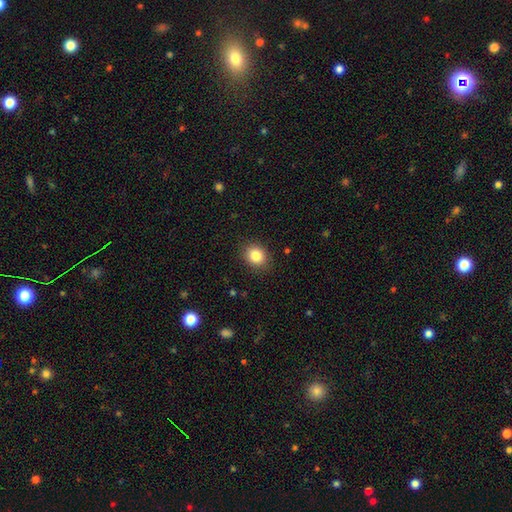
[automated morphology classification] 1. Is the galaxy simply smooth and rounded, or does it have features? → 84% smooth, 10% star or artifact, 6% featured or disk.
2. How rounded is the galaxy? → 65% round, 34% in between, 1% cigar-shaped.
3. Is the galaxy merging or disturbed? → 88% none, 9% minor disturbance, 2% major disturbance, 1% merger.